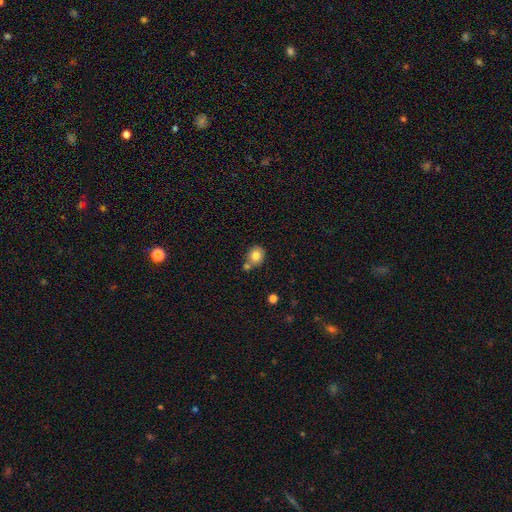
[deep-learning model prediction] Q: Smooth or featured?
A: smooth (80%); runner-up: star or artifact (10%)
Q: How rounded?
A: round (72%); runner-up: in between (27%)
Q: Merging?
A: none (59%); runner-up: merger (24%)